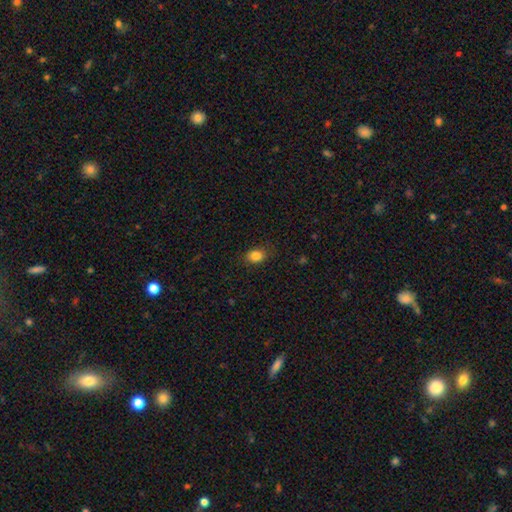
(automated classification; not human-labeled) smooth_or_featured: smooth (p=0.85) [alt: star or artifact p=0.10]
how_rounded: in between (p=0.67) [alt: round p=0.32]
merging: none (p=0.83) [alt: minor disturbance p=0.13]